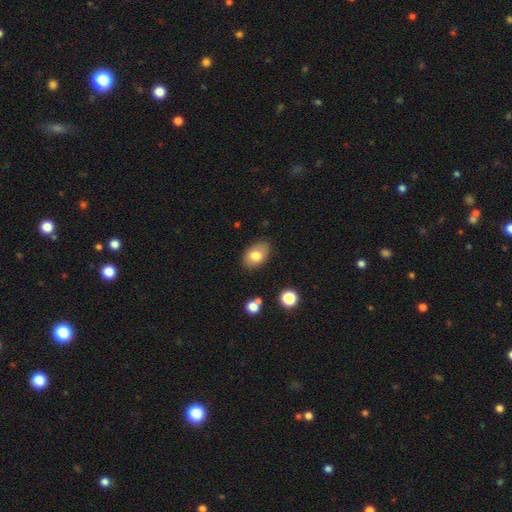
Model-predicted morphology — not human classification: Smooth or featured: smooth — 78% (featured or disk — 14%)
How rounded: in between — 86% (round — 13%)
Merging: none — 83% (minor disturbance — 12%)